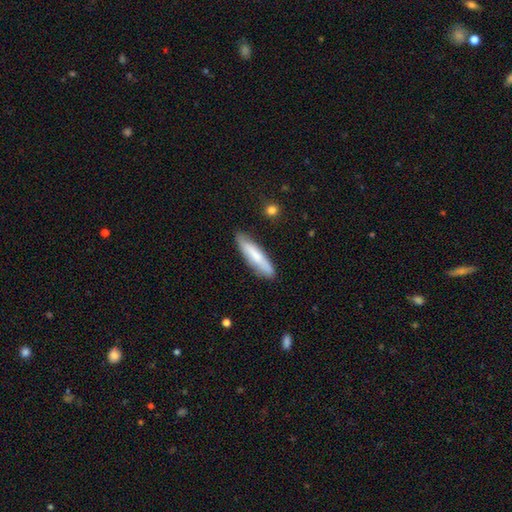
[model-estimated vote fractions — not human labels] Smooth or featured: smooth — 69% (featured or disk — 25%)
How rounded: cigar-shaped — 79% (in between — 19%)
Merging: none — 83% (minor disturbance — 13%)